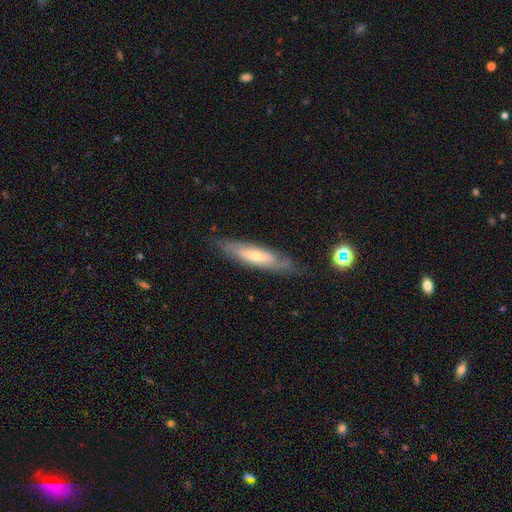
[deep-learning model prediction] A featured or disk galaxy (53%) viewed edge-on (52%).

Vote fractions:
- Smooth or featured? featured or disk: 53% / smooth: 40% / star or artifact: 7%
- Edge-on disk? yes: 52% / no: 48%
- Merging? none: 75% / minor disturbance: 18% / major disturbance: 5% / merger: 2%